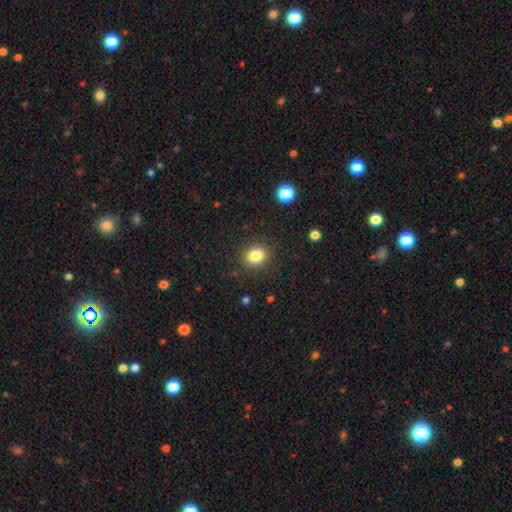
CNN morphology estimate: Q: Smooth or featured?
A: smooth (83%); runner-up: star or artifact (11%)
Q: How rounded?
A: round (67%); runner-up: in between (32%)
Q: Merging?
A: none (88%); runner-up: minor disturbance (8%)